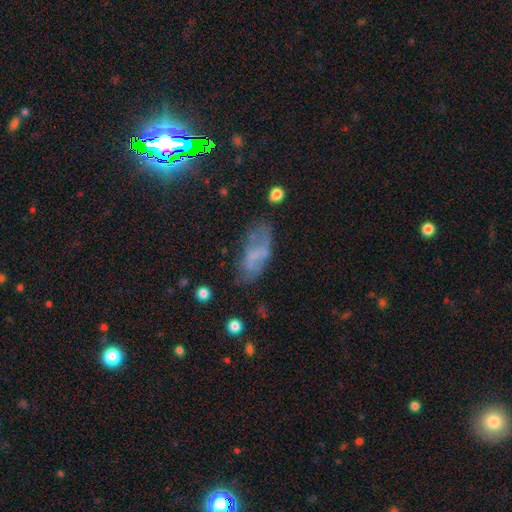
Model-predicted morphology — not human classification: Smooth or featured: smooth — 44% (featured or disk — 43%)
Merging: none — 50% (minor disturbance — 25%)